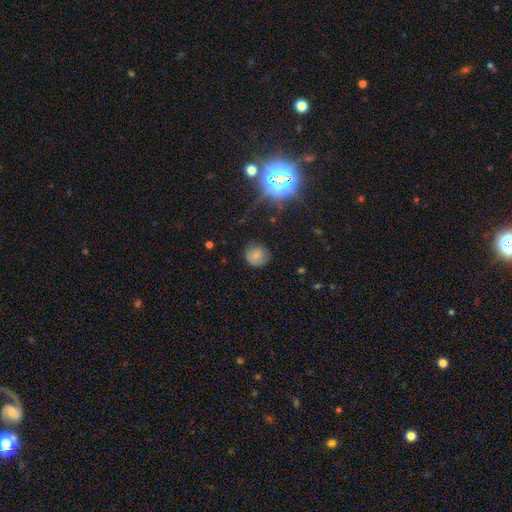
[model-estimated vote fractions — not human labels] smooth-or-featured: smooth: 72% | star or artifact: 16% | featured or disk: 12%
  how-rounded: round: 90% | in between: 9% | cigar-shaped: 1%
  merging: none: 81% | minor disturbance: 14% | major disturbance: 4% | merger: 1%